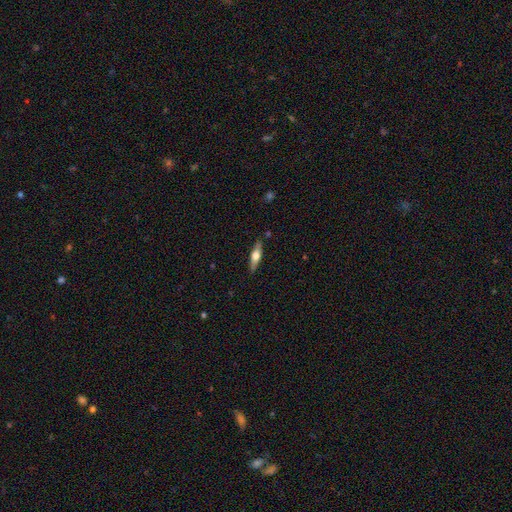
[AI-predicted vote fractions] smooth-or-featured: featured or disk: 54% | smooth: 40% | star or artifact: 6%
  disk-edge-on: yes: 93% | no: 7%
    edge-on-bulge: rounded: 92% | boxy: 6% | none: 2%
  merging: none: 86% | minor disturbance: 10% | major disturbance: 2% | merger: 2%